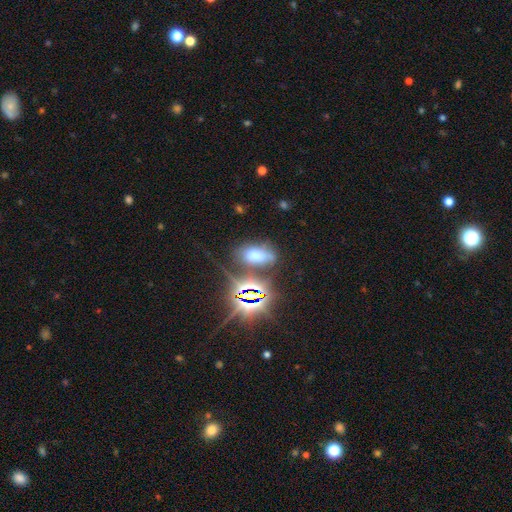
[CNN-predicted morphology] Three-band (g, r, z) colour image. It shows a smooth galaxy with no disk features (51%) that is in between round and cigar-shaped (87%). Merging: none (56%).